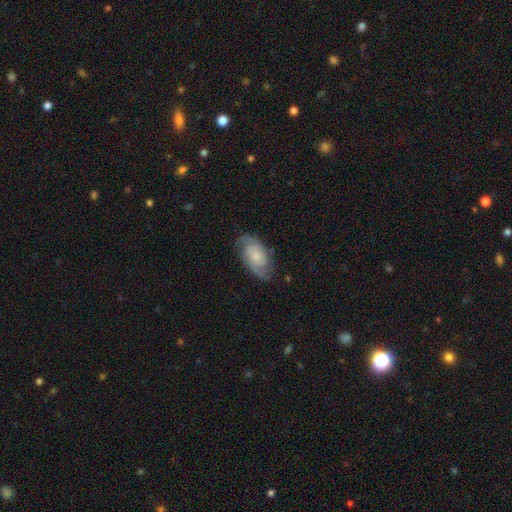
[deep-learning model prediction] smooth-or-featured: featured or disk: 75% | smooth: 19% | star or artifact: 6%
  disk-edge-on: no: 96% | yes: 4%
    bar: no: 69% | weak: 27% | strong: 4%
    has-spiral-arms: yes: 95% | no: 5%
      spiral-winding: medium: 45% | tight: 39% | loose: 16%
      spiral-arm-count: 2: 81% | can't tell: 10% | 3: 5% | 1: 2% | 4: 2% | more than 4: 2%
    bulge-size: small: 45% | moderate: 30% | none: 16% | large: 7% | dominant: 2%
  merging: none: 75% | minor disturbance: 17% | major disturbance: 6% | merger: 1%